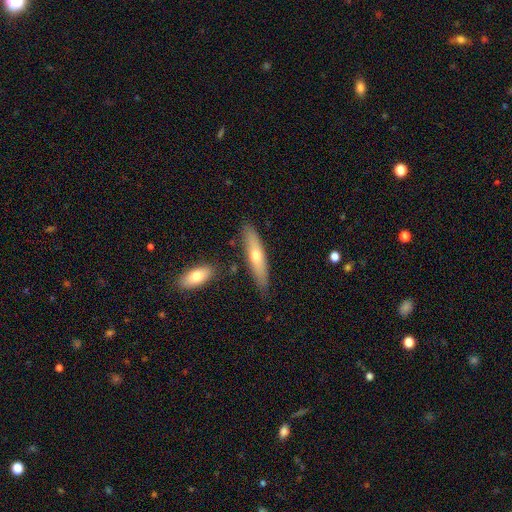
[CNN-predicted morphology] Smooth or featured?
  - smooth: 51% *
  - featured or disk: 43%
  - star or artifact: 7%
How rounded?
  - cigar-shaped: 79% *
  - in between: 19%
  - round: 2%
Merging?
  - none: 81% *
  - minor disturbance: 13%
  - merger: 3%
  - major disturbance: 3%